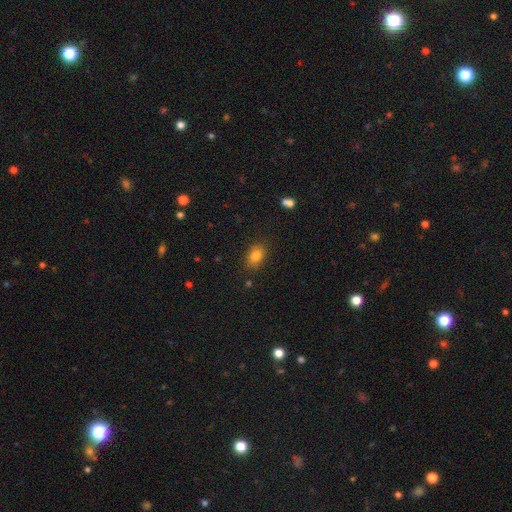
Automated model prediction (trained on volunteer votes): Q: Smooth or featured?
A: smooth (82%); runner-up: star or artifact (11%)
Q: How rounded?
A: in between (74%); runner-up: round (25%)
Q: Merging?
A: none (84%); runner-up: minor disturbance (11%)